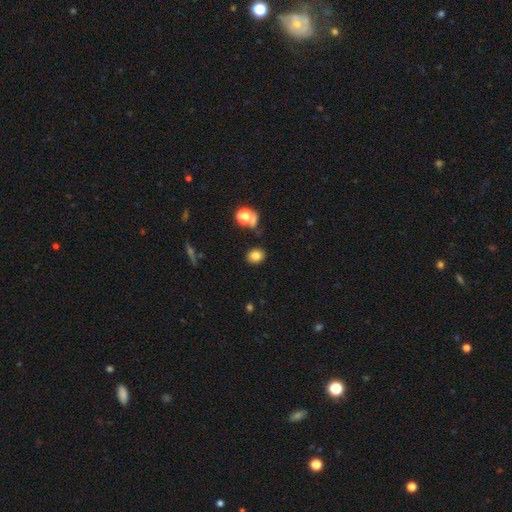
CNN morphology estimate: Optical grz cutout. It shows a smooth galaxy with no disk features (79%) that is round (64%). Merging: none (86%).